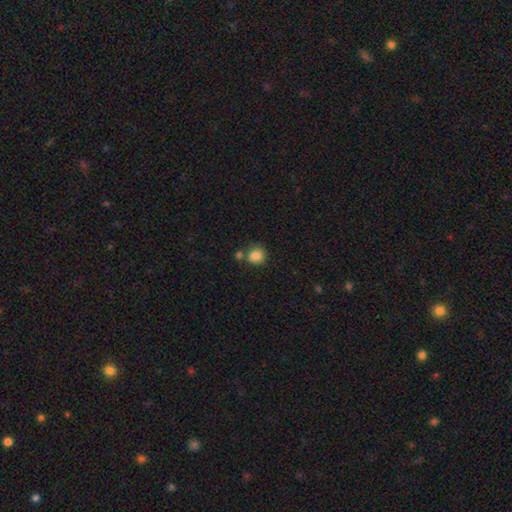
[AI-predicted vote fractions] Smooth or featured: smooth — 86% (star or artifact — 9%)
How rounded: round — 85% (in between — 14%)
Merging: none — 64% (merger — 19%)